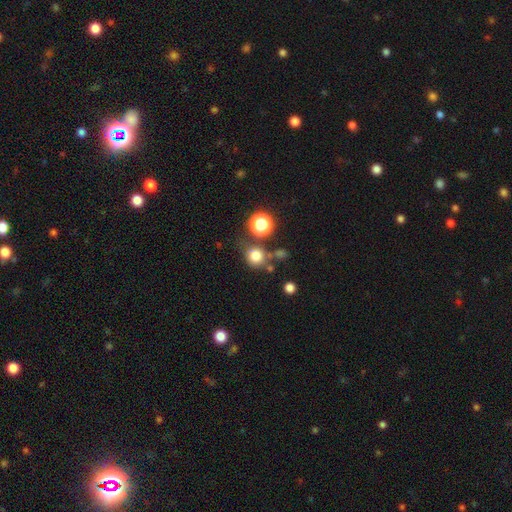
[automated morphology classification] Smooth or featured? Predicted: smooth (p=0.77). How rounded? Predicted: round (p=0.86). Merging? Predicted: none (p=0.67).